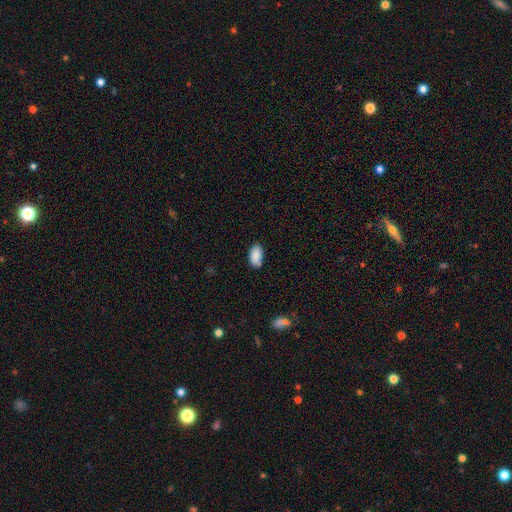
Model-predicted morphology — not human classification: Smooth or featured? smooth (89%)
How rounded? in between (94%)
Merging? none (77%)